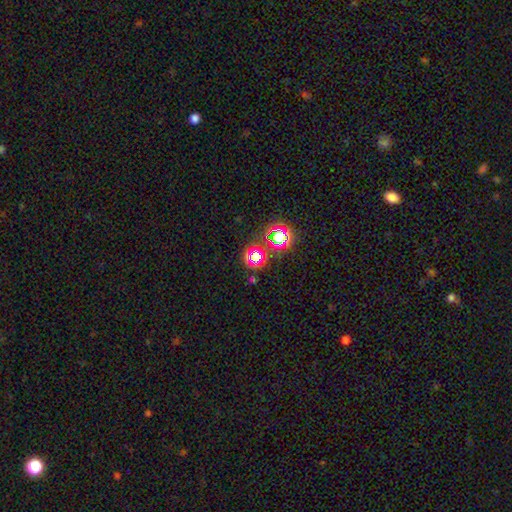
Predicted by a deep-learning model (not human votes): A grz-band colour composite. It shows a star or artifact, not a galaxy (66%).